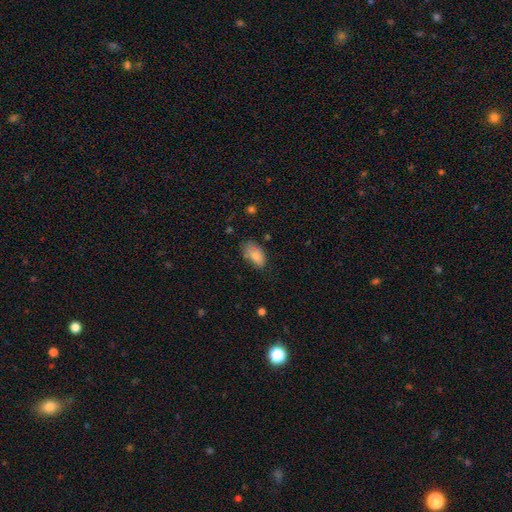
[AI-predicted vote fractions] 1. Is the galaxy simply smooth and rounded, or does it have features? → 81% smooth, 12% featured or disk, 8% star or artifact.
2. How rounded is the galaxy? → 93% in between, 4% round, 3% cigar-shaped.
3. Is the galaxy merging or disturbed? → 57% none, 31% minor disturbance, 9% major disturbance, 3% merger.